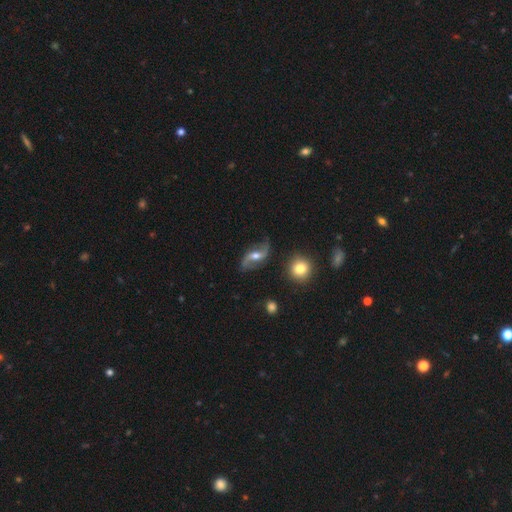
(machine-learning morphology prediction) A featured or disk galaxy (85%) with a weak bar (42%), 2 (94%) loose (85%) spiral arms (95%) and a moderate central bulge (67%).

Vote fractions:
- Smooth or featured? featured or disk: 85% / smooth: 9% / star or artifact: 6%
- Edge-on disk? no: 95% / yes: 5%
- Bar? weak: 42% / no: 37% / strong: 20%
- Spiral arms? yes: 95% / no: 5%
- Spiral winding? loose: 85% / medium: 11% / tight: 4%
- Spiral arm count? 2: 94% / can't tell: 2% / 1: 2% / 3: 1% / 4: 1% / more than 4: 1%
- Bulge size? moderate: 67% / small: 24% / large: 6% / none: 2% / dominant: 1%
- Merging? none: 80% / minor disturbance: 13% / major disturbance: 5% / merger: 2%